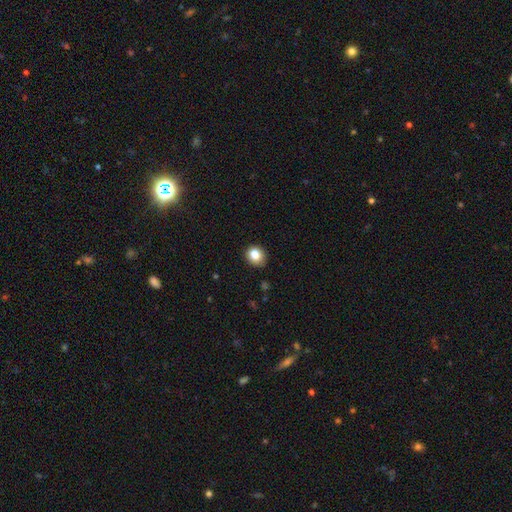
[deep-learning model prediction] A smooth galaxy with no disk features (82%) that is round (62%). Merging: none (79%).